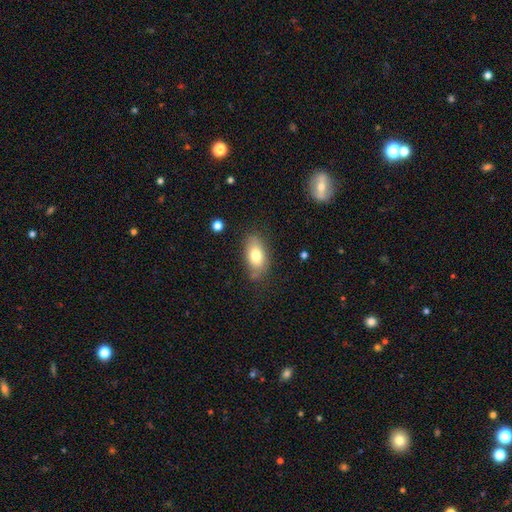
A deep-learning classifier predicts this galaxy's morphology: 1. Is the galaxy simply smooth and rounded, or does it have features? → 76% smooth, 17% featured or disk, 8% star or artifact.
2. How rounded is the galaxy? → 90% in between, 6% round, 4% cigar-shaped.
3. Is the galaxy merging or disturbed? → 75% none, 17% minor disturbance, 5% major disturbance, 3% merger.